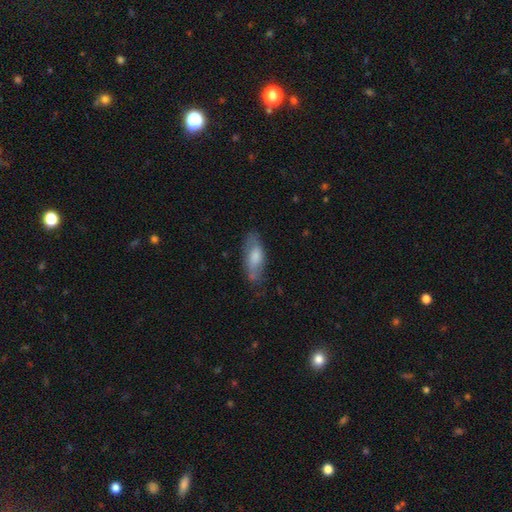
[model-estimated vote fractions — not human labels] Morphology: type=smooth (59%); roundness=in between (66%); merging=none (69%).